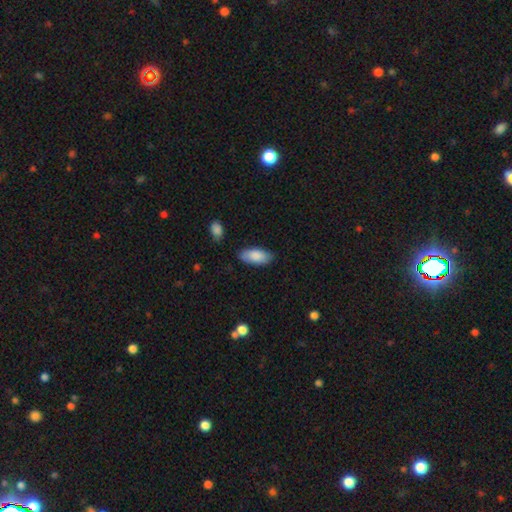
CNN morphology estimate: Smooth or featured? smooth (86%)
How rounded? in between (89%)
Merging? none (81%)